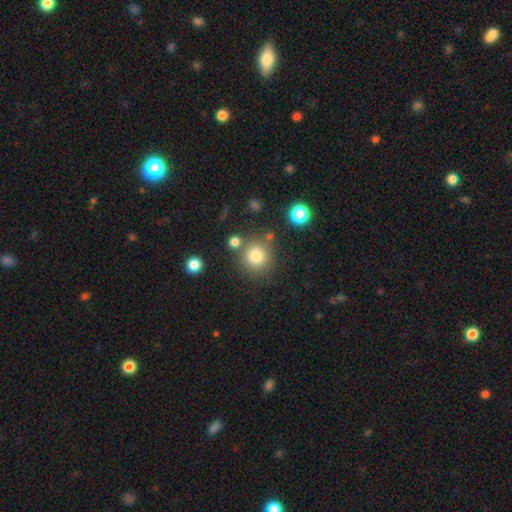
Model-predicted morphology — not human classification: smooth_or_featured: smooth (p=0.80) [alt: star or artifact p=0.13]
how_rounded: round (p=0.92) [alt: in between p=0.07]
merging: none (p=0.76) [alt: merger p=0.10]